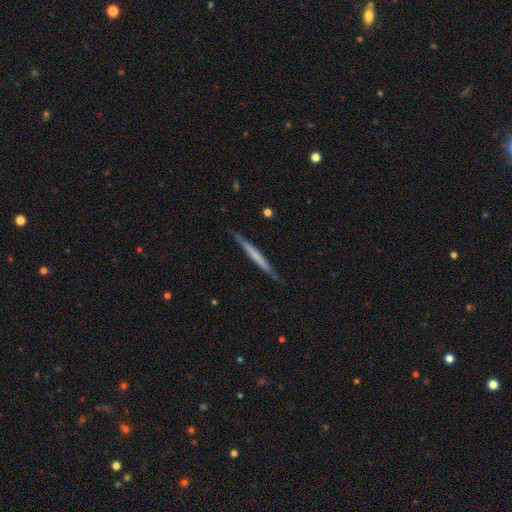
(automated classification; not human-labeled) featured or disk 49%, smooth 46%, star or artifact 5%. Down the decision tree: merging — none (88%).